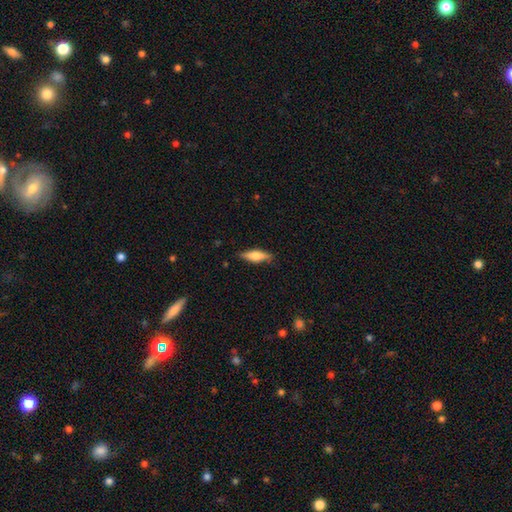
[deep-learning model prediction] Smooth or featured? Predicted: smooth (p=0.63). How rounded? Predicted: cigar-shaped (p=0.53). Merging? Predicted: none (p=0.82).